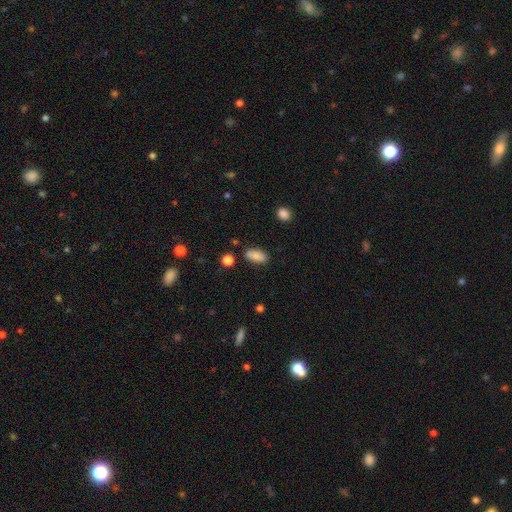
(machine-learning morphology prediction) This appears to be a smooth galaxy with no disk features (86%) that is in between round and cigar-shaped (92%). Merging: none (83%).